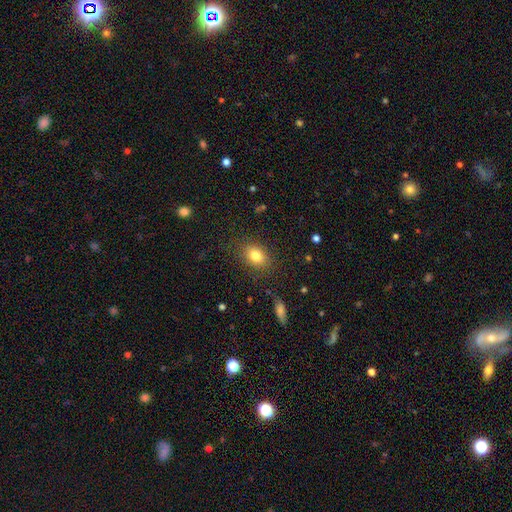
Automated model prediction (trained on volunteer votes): Morphology: type=smooth (81%); roundness=in between (67%); merging=none (83%).